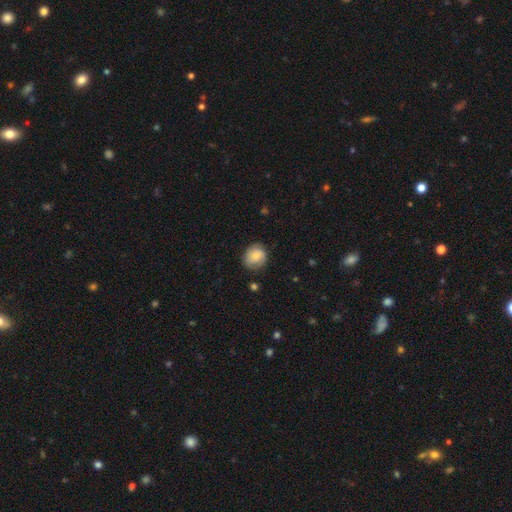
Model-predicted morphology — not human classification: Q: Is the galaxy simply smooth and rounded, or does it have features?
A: smooth — 68%.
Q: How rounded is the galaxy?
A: round — 79%.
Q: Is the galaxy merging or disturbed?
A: none — 73%.